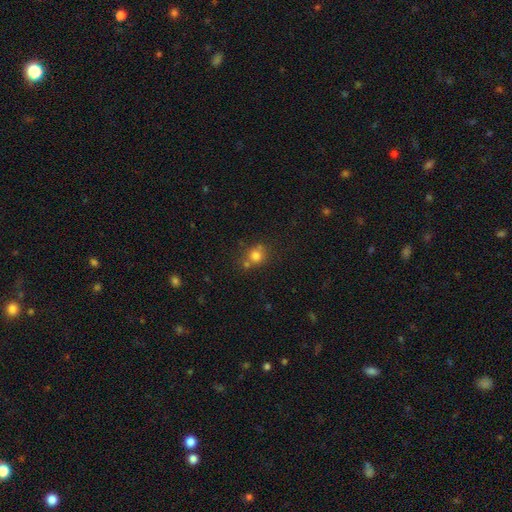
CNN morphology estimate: Smooth or featured?
  - smooth: 76% *
  - star or artifact: 15%
  - featured or disk: 10%
How rounded?
  - round: 82% *
  - in between: 17%
  - cigar-shaped: 1%
Merging?
  - none: 59% *
  - merger: 24%
  - minor disturbance: 12%
  - major disturbance: 4%